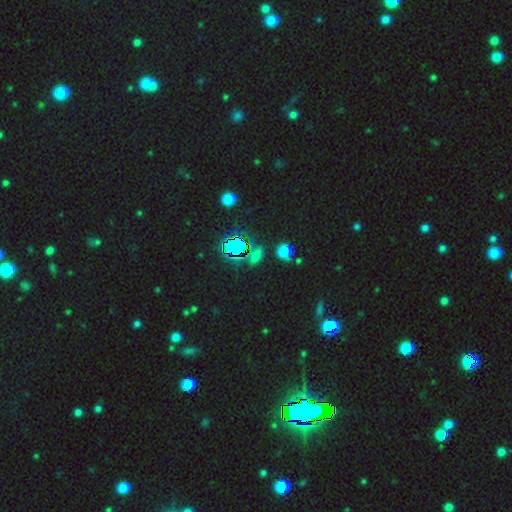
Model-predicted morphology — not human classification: Overall: star or artifact (56%; smooth 34%).